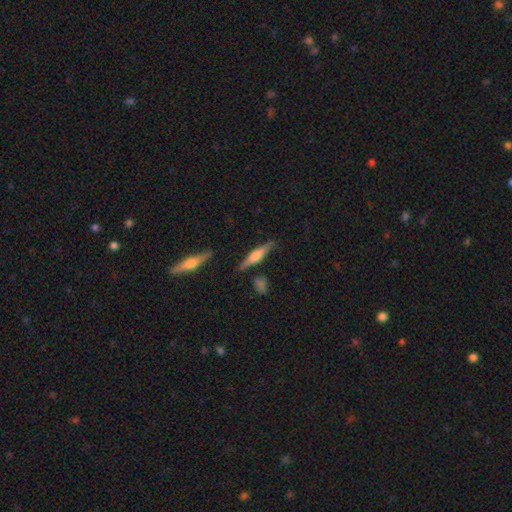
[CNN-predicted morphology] smooth-or-featured: featured or disk: 66% | smooth: 28% | star or artifact: 6%
  disk-edge-on: yes: 97% | no: 3%
    edge-on-bulge: rounded: 78% | boxy: 18% | none: 5%
  merging: none: 83% | minor disturbance: 11% | merger: 4% | major disturbance: 3%